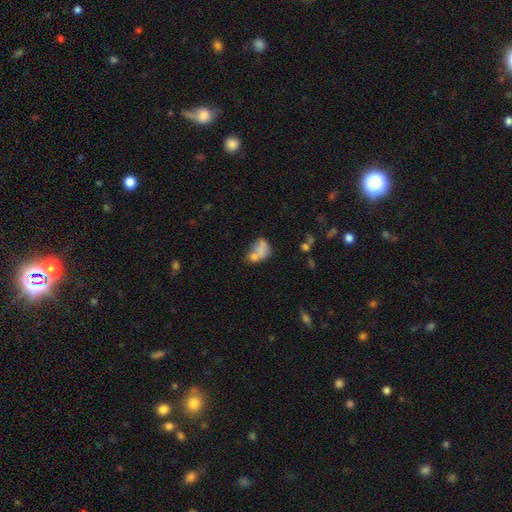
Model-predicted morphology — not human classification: Smooth or featured: smooth — 66% (featured or disk — 20%)
How rounded: in between — 73% (round — 25%)
Merging: merger — 43% (none — 29%)